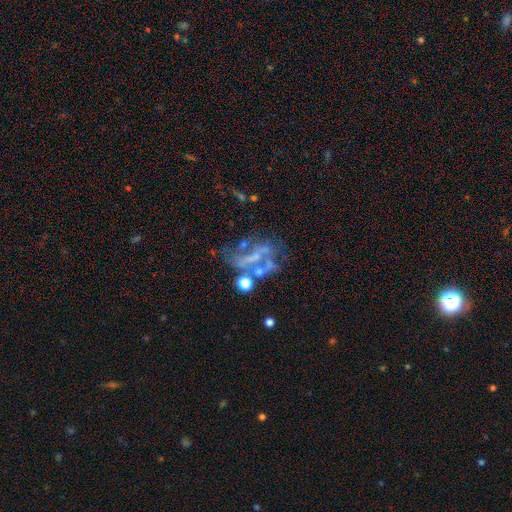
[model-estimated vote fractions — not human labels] Smooth or featured: featured or disk — 59% (star or artifact — 23%)
Edge-on disk: no — 95% (yes — 5%)
Bar: no — 66% (weak — 18%)
Spiral arms: no — 79% (yes — 21%)
Bulge size: none — 58% (small — 25%)
Merging: none — 32% (major disturbance — 30%)